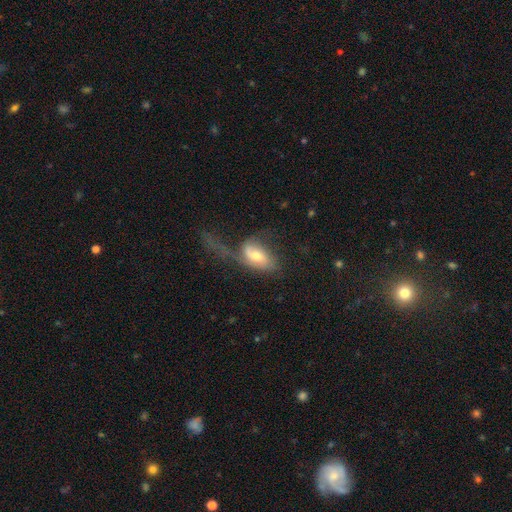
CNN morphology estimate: smooth_or_featured: featured or disk (p=0.47) [alt: smooth p=0.46]
merging: major disturbance (p=0.57) [alt: none p=0.19]